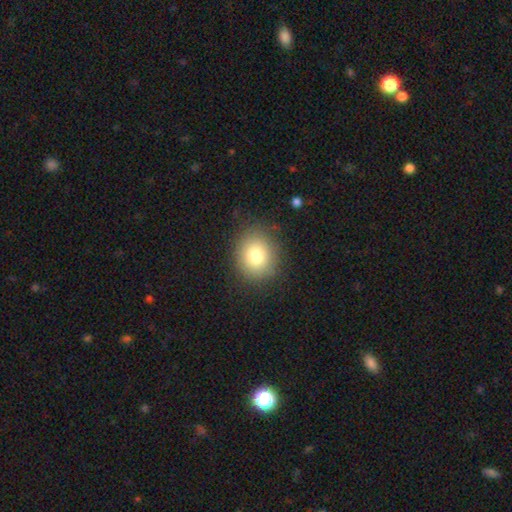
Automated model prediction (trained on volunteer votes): Smooth or featured?
  - smooth: 79% *
  - star or artifact: 11%
  - featured or disk: 10%
How rounded?
  - round: 73% *
  - in between: 26%
  - cigar-shaped: 1%
Merging?
  - none: 86% *
  - minor disturbance: 10%
  - major disturbance: 4%
  - merger: 1%